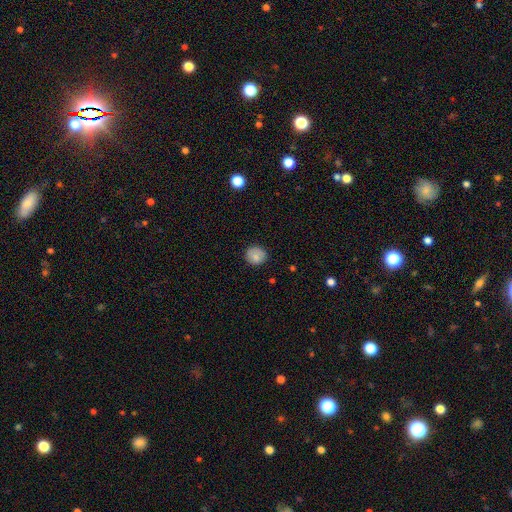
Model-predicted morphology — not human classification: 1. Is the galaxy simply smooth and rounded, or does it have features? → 81% smooth, 10% featured or disk, 9% star or artifact.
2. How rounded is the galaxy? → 83% round, 16% in between, 1% cigar-shaped.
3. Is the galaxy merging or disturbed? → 84% none, 12% minor disturbance, 2% major disturbance, 1% merger.